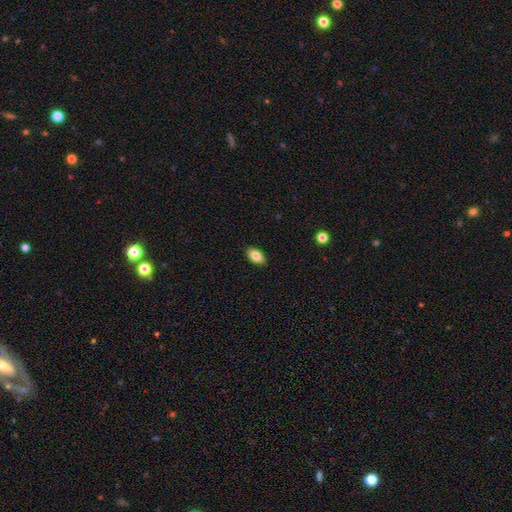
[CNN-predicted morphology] type=smooth (82%); roundness=in between (92%); merging=none (89%).